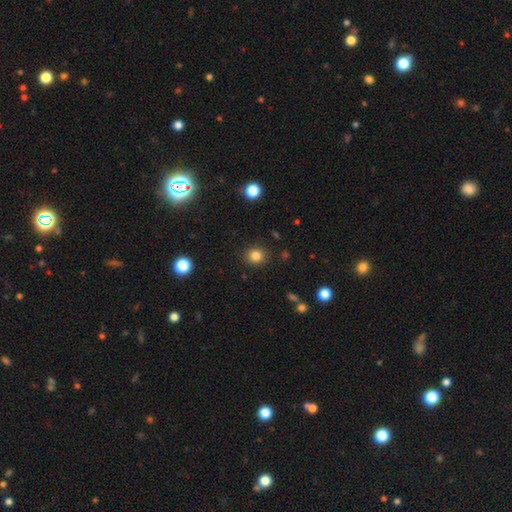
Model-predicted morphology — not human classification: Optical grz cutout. It shows a smooth galaxy with no disk features (84%) that is round (82%). Merging: none (89%).